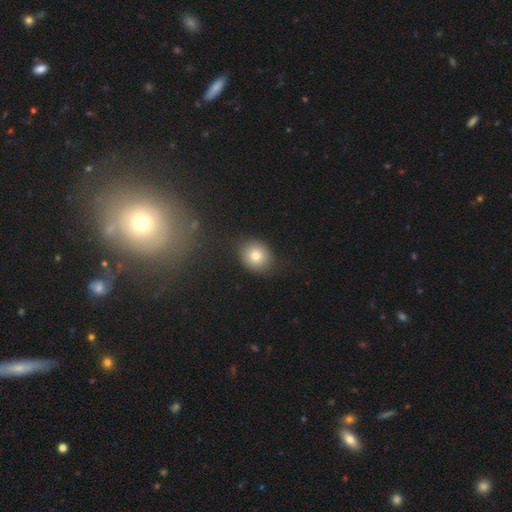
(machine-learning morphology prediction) smooth-or-featured: smooth: 81% | star or artifact: 10% | featured or disk: 10%
  how-rounded: round: 70% | in between: 29% | cigar-shaped: 1%
  merging: none: 84% | minor disturbance: 10% | major disturbance: 3% | merger: 2%